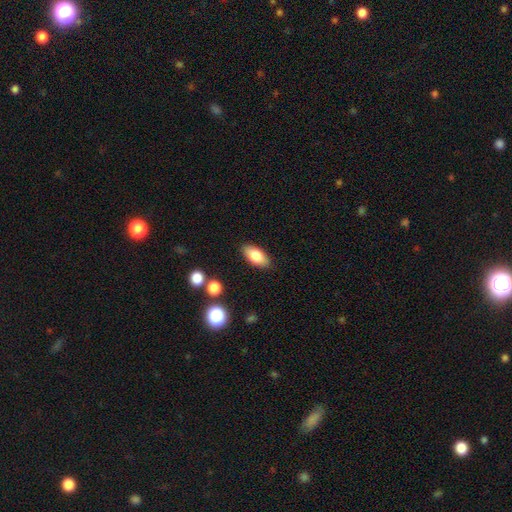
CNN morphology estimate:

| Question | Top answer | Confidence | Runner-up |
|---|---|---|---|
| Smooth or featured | smooth | 79% | featured or disk (14%) |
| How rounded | in between | 89% | cigar-shaped (8%) |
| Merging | none | 87% | minor disturbance (9%) |